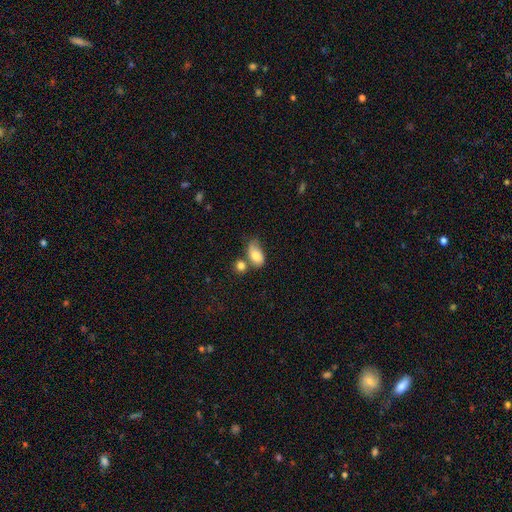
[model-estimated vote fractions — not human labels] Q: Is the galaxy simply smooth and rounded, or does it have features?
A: smooth — 74%.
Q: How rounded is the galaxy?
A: in between — 88%.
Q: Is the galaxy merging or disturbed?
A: none — 33%.